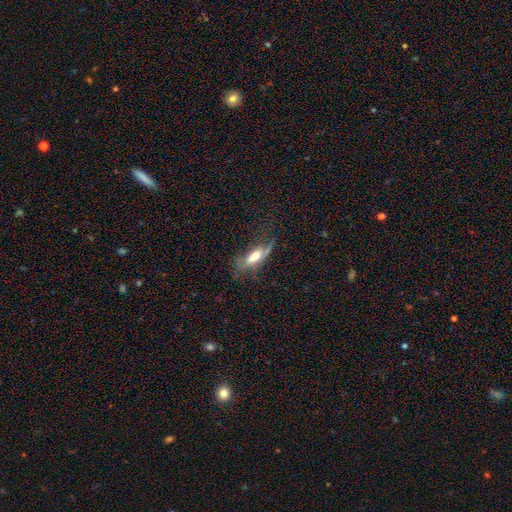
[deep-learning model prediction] This appears to be a smooth galaxy with no disk features (55%) that is in between round and cigar-shaped (66%). Merging: none (41%).